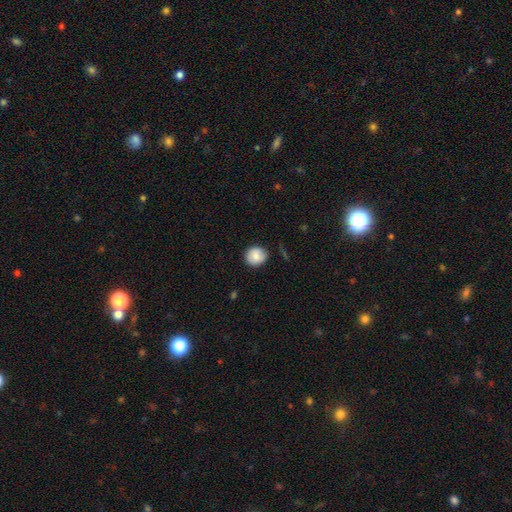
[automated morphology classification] Q: Smooth or featured?
A: smooth (81%); runner-up: featured or disk (12%)
Q: How rounded?
A: round (83%); runner-up: in between (16%)
Q: Merging?
A: none (80%); runner-up: minor disturbance (15%)